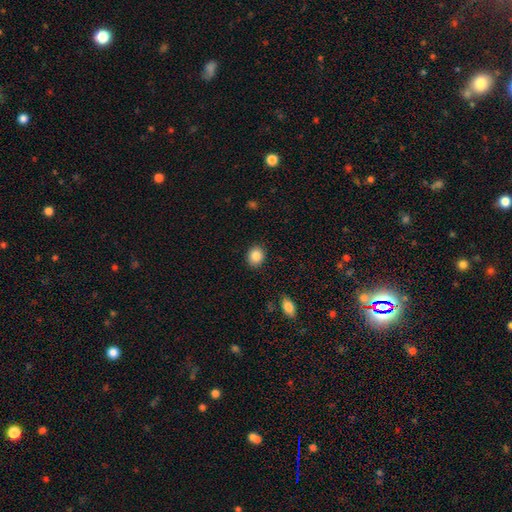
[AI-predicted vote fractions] Morphology: type=smooth (88%); roundness=round (68%); merging=none (88%).